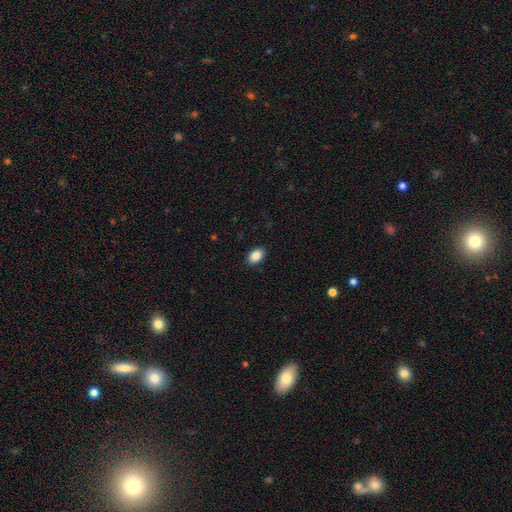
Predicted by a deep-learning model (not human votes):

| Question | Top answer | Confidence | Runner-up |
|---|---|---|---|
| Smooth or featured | smooth | 88% | star or artifact (8%) |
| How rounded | in between | 88% | round (11%) |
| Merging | none | 89% | minor disturbance (8%) |